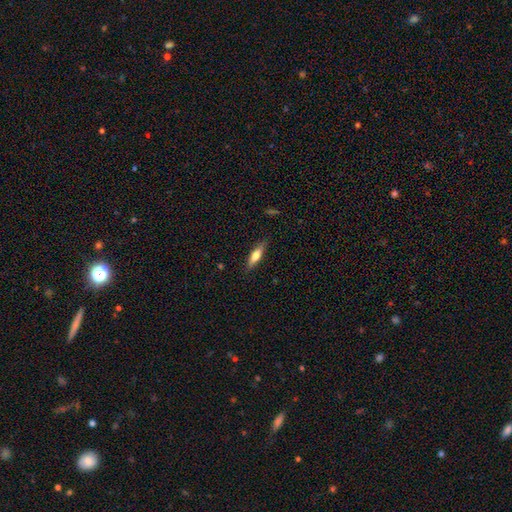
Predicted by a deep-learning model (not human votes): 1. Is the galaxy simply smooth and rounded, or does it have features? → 63% smooth, 31% featured or disk, 6% star or artifact.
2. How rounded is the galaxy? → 66% cigar-shaped, 32% in between, 2% round.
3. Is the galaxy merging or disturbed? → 86% none, 10% minor disturbance, 2% major disturbance, 1% merger.